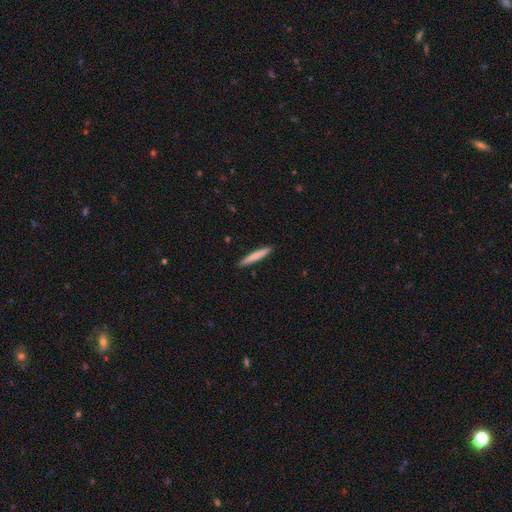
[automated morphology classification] Overall: smooth (77%). How rounded: cigar-shaped (95%). Merging: none (91%).